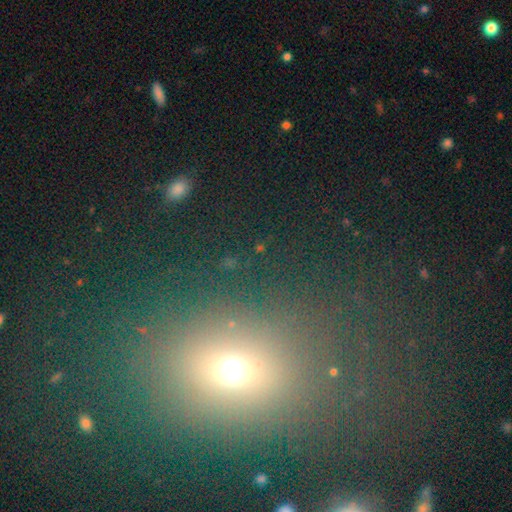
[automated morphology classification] Q: Smooth or featured?
A: smooth (50%); runner-up: star or artifact (37%)
Q: How rounded?
A: round (50%); runner-up: in between (47%)
Q: Merging?
A: none (79%); runner-up: minor disturbance (9%)